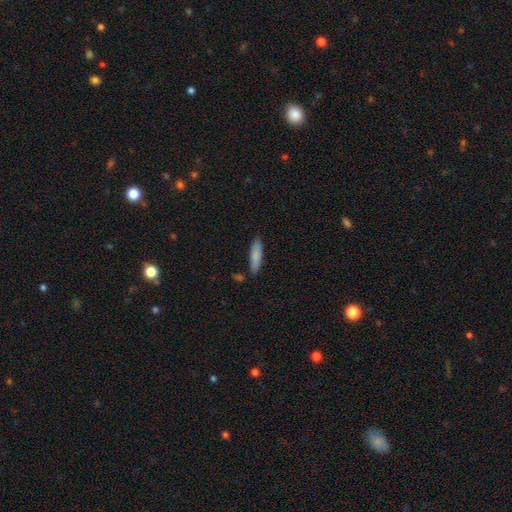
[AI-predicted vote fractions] Smooth or featured? smooth (83%)
How rounded? cigar-shaped (66%)
Merging? none (82%)